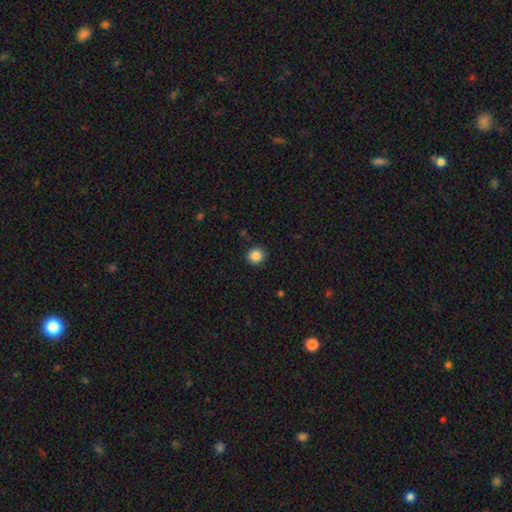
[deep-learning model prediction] Overall: smooth (87%). How rounded: round (94%). Merging: none (91%).